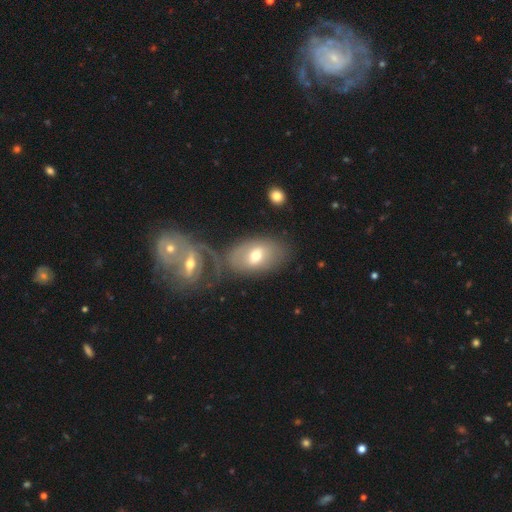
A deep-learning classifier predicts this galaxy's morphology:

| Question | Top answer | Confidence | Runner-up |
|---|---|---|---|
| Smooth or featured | smooth | 51% | featured or disk (41%) |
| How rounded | in between | 88% | round (10%) |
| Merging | none | 52% | merger (26%) |